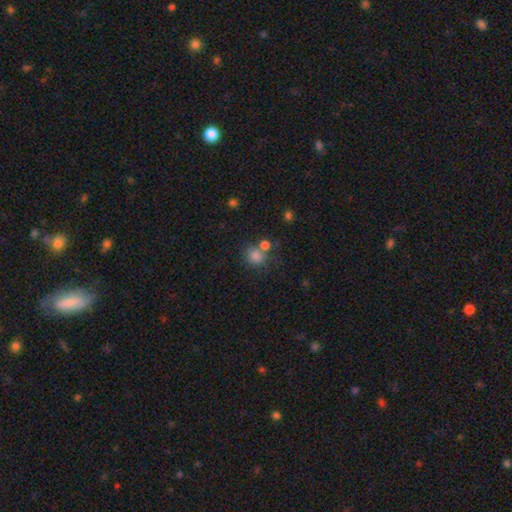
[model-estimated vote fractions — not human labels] Q: Smooth or featured?
A: smooth (81%); runner-up: star or artifact (13%)
Q: How rounded?
A: round (83%); runner-up: in between (16%)
Q: Merging?
A: none (59%); runner-up: merger (25%)